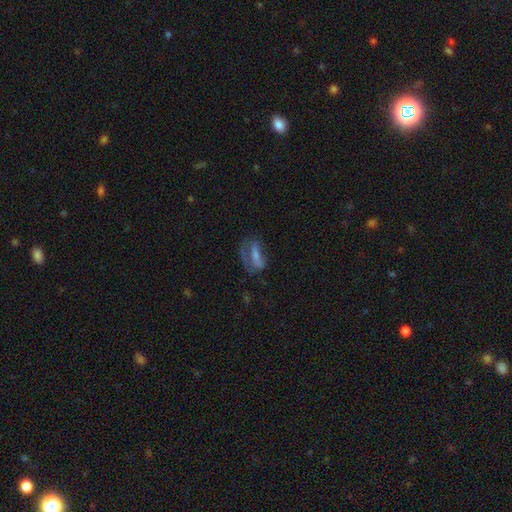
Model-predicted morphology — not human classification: This is possibly a smooth galaxy (49%). Merging: marginally major disturbance (39%).